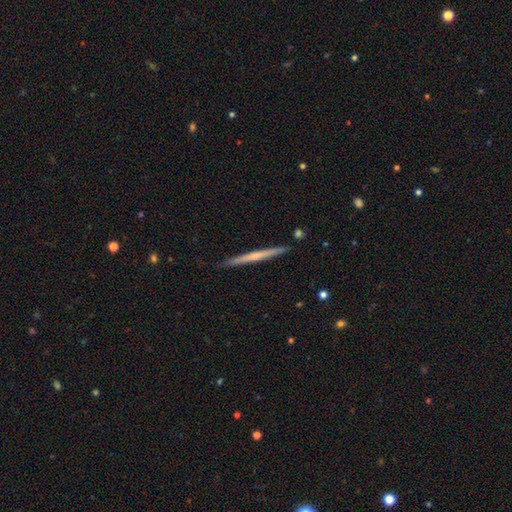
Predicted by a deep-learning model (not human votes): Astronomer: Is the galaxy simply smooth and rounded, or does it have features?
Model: featured or disk — 52% (runner-up: smooth, 43%).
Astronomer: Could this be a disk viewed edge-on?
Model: yes — 98%.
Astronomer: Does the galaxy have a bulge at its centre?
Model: none — 76%.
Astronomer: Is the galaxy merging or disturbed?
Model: none — 90%.